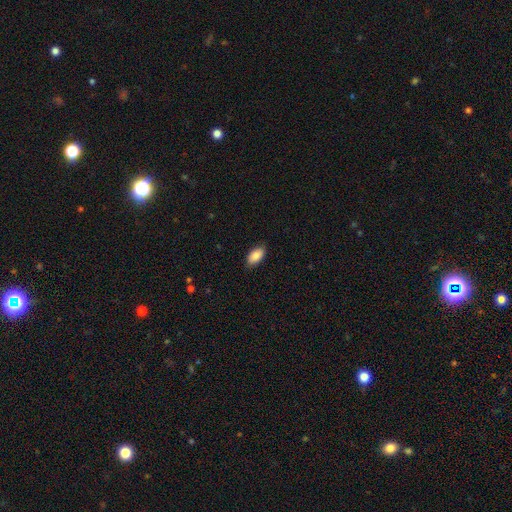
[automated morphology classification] smooth-or-featured: smooth: 87% | featured or disk: 7% | star or artifact: 7%
  how-rounded: in between: 94% | round: 3% | cigar-shaped: 3%
  merging: none: 86% | minor disturbance: 11% | major disturbance: 2% | merger: 1%